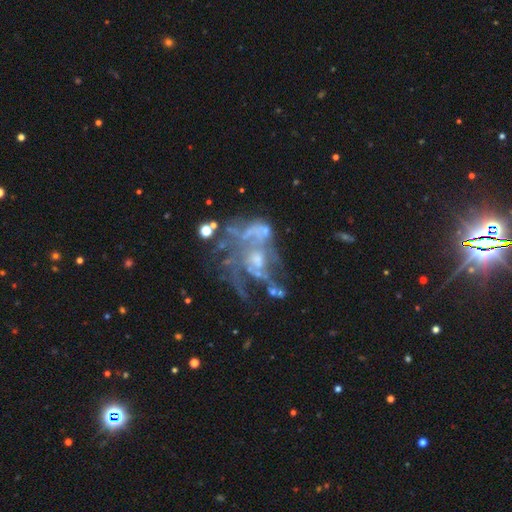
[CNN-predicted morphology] type=featured or disk (71%); edge-on=no (97%); bar=no (77%); spiral arms=no (50%, tied with yes); bulge=small (37%); merging=major disturbance (39%).